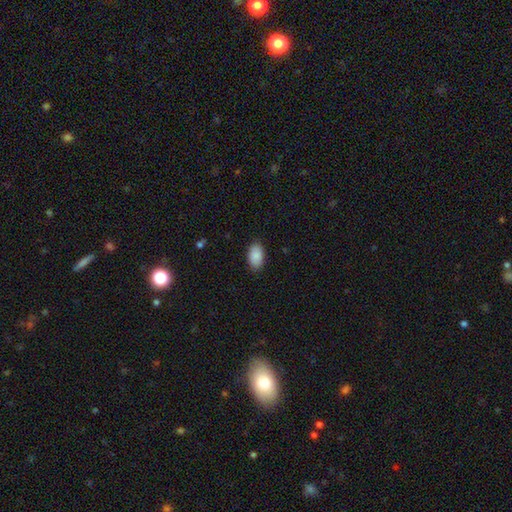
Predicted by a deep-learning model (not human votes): Smooth or featured? Predicted: smooth (p=0.89). How rounded? Predicted: in between (p=0.93). Merging? Predicted: none (p=0.86).